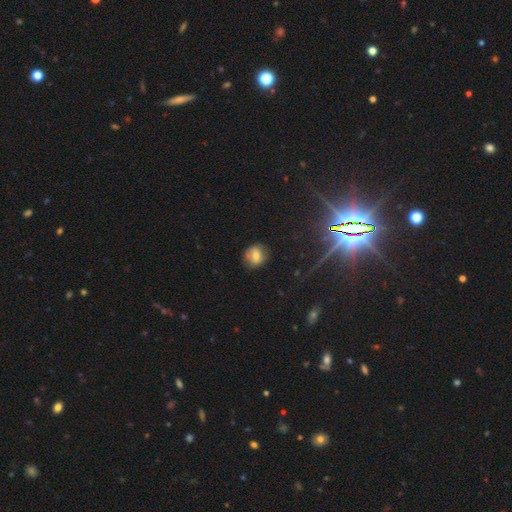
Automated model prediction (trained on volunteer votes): A smooth galaxy with no disk features (64%) that is round (77%). Merging: none (76%).